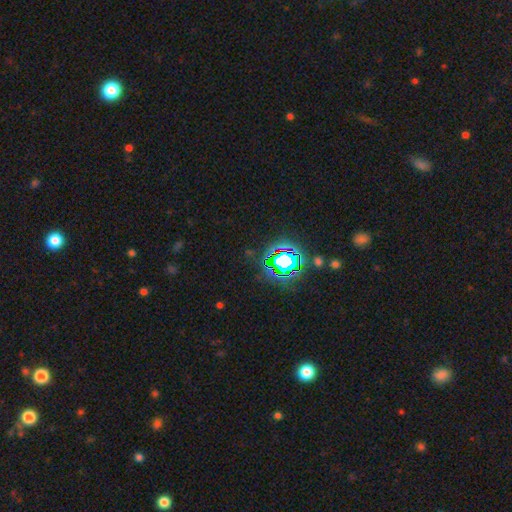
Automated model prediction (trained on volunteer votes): smooth-or-featured: star or artifact: 78% | smooth: 14% | featured or disk: 8%